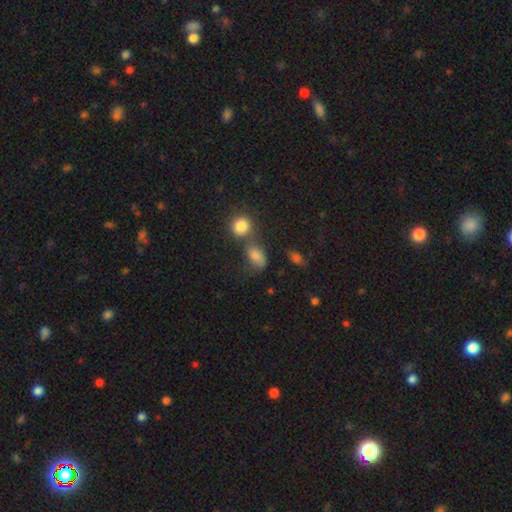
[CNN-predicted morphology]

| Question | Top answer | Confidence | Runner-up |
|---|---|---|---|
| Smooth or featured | smooth | 78% | star or artifact (13%) |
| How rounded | in between | 76% | round (21%) |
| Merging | none | 44% | merger (30%) |